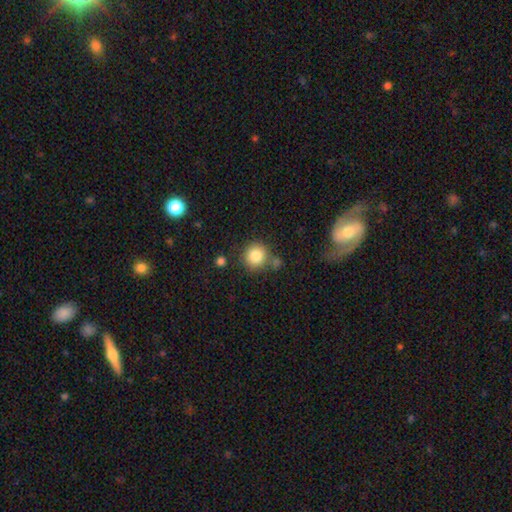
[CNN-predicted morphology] smooth-or-featured: smooth: 83% | star or artifact: 10% | featured or disk: 7%
  how-rounded: round: 90% | in between: 9% | cigar-shaped: 1%
  merging: none: 73% | minor disturbance: 12% | merger: 11% | major disturbance: 4%